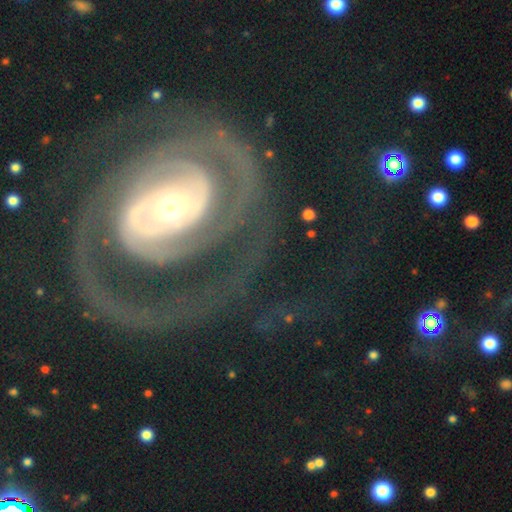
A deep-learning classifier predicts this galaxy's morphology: This appears to be a featured or disk galaxy (88%) with no bar (57%), 2 (54%) tight (59%) spiral arms (93%) and a moderate central bulge (58%). Merging: none (55%).